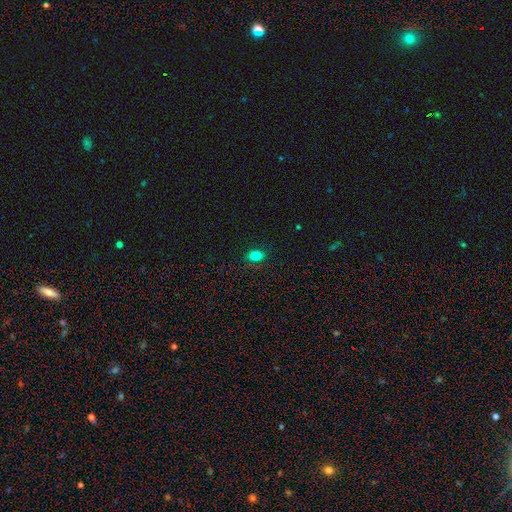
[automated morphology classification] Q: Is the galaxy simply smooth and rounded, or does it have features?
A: smooth — 83%.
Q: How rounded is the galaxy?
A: in between — 78%.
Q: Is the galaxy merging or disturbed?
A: none — 87%.